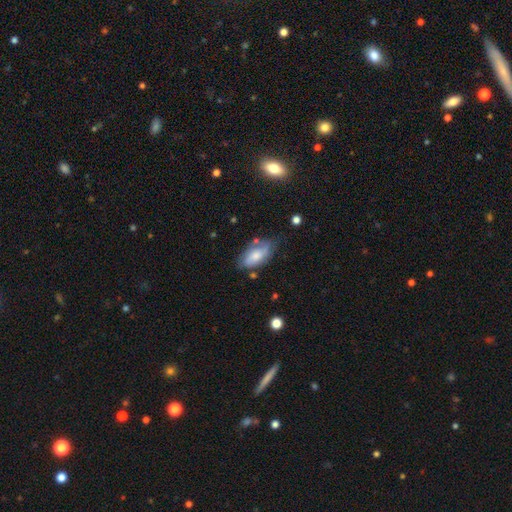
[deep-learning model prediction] smooth_or_featured: smooth (p=0.57) [alt: featured or disk p=0.35]
how_rounded: in between (p=0.90) [alt: cigar-shaped p=0.06]
merging: none (p=0.54) [alt: minor disturbance p=0.30]